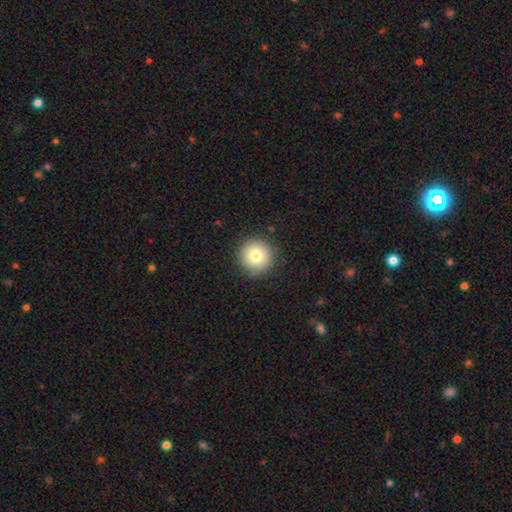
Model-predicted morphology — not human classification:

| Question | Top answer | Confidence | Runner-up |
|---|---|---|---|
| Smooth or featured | smooth | 77% | featured or disk (11%) |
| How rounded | round | 95% | in between (4%) |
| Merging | none | 89% | minor disturbance (8%) |